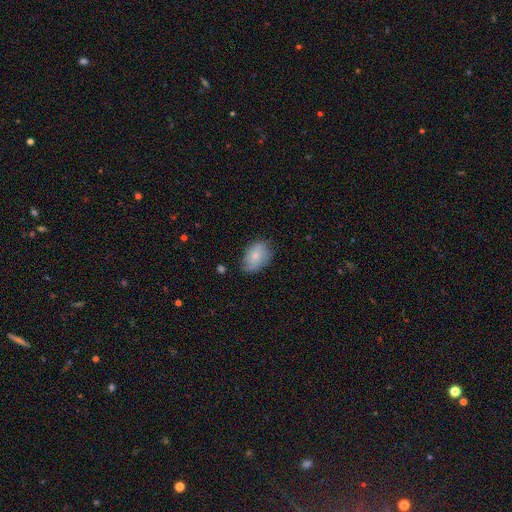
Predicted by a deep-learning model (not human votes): Smooth or featured?
  - smooth: 69% *
  - featured or disk: 24%
  - star or artifact: 7%
How rounded?
  - in between: 84% *
  - round: 14%
  - cigar-shaped: 1%
Merging?
  - none: 67% *
  - minor disturbance: 26%
  - major disturbance: 5%
  - merger: 2%